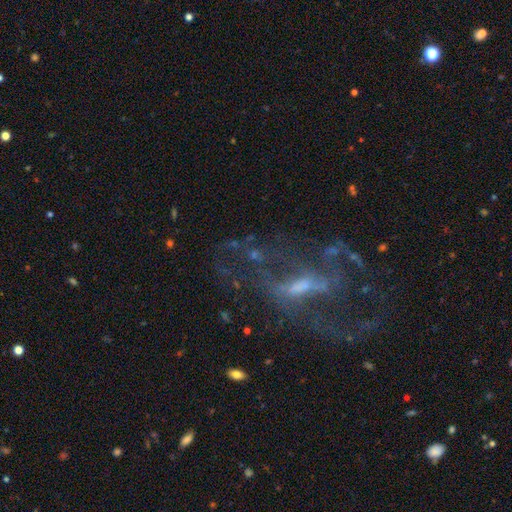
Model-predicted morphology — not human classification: Smooth or featured? featured or disk (71%)
Edge-on disk? no (90%)
Bar? weak (41%)
Spiral arms? yes (57%)
Bulge size? small (43%)
Merging? none (46%)